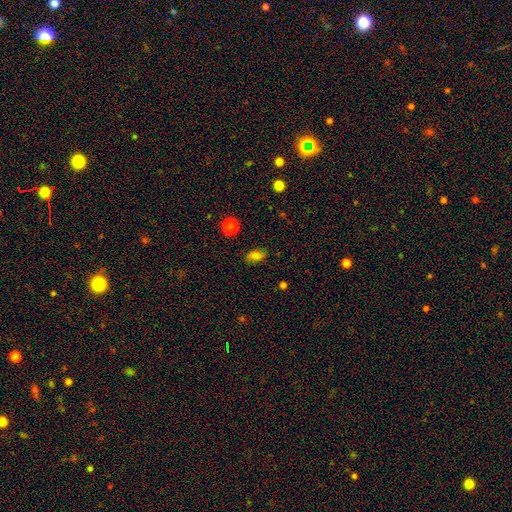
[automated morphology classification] type=smooth (75%); roundness=in between (83%); merging=none (81%).